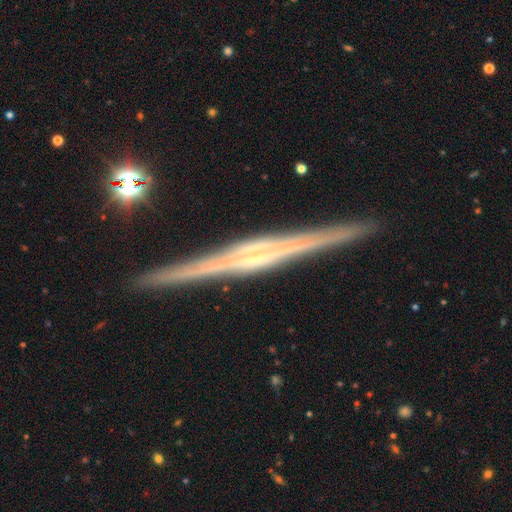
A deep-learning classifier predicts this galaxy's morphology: The model was most divided on "edge-on bulge": boxy: 45%, rounded: 36%, none: 19%. More confident: edge-on disk — yes (98%); merging — none (91%); smooth or featured — featured or disk (87%).